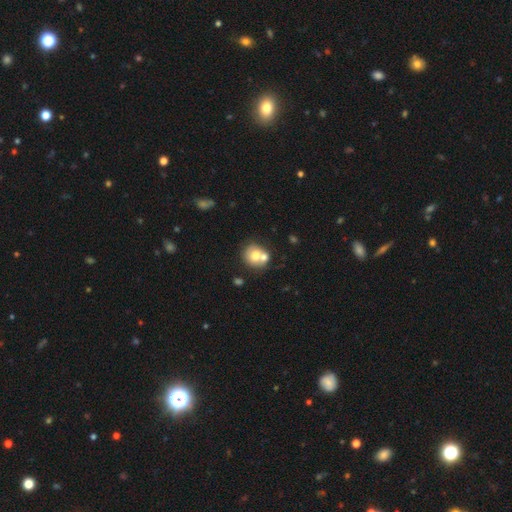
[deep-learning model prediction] Smooth or featured: smooth — 68% (featured or disk — 23%)
How rounded: round — 77% (in between — 23%)
Merging: merger — 47% (none — 40%)